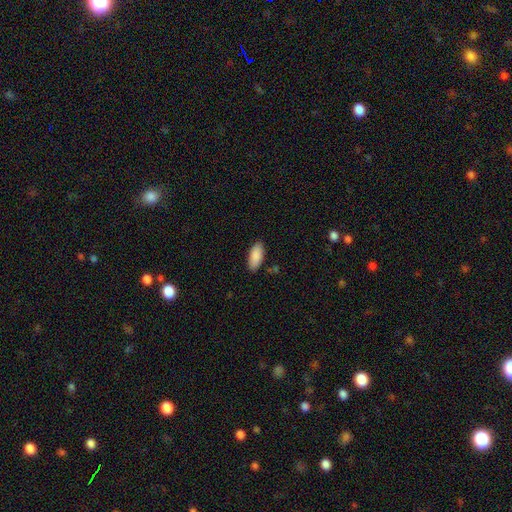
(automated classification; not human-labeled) smooth 89%, star or artifact 6%, featured or disk 5%. Down the decision tree: how rounded — in between (88%); merging — none (86%).